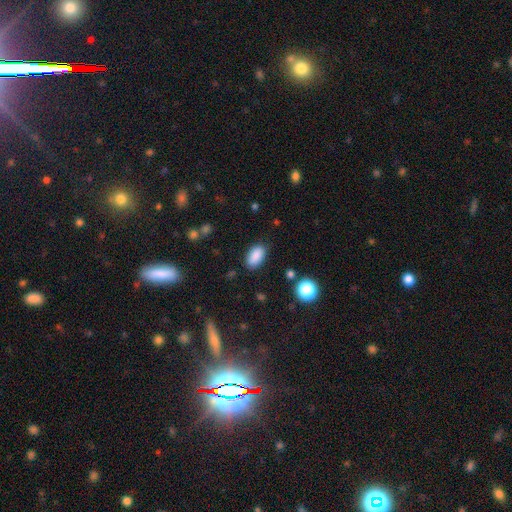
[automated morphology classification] Smooth or featured?
  - smooth: 87% *
  - star or artifact: 8%
  - featured or disk: 4%
How rounded?
  - in between: 93% *
  - round: 5%
  - cigar-shaped: 3%
Merging?
  - none: 84% *
  - minor disturbance: 11%
  - major disturbance: 3%
  - merger: 2%